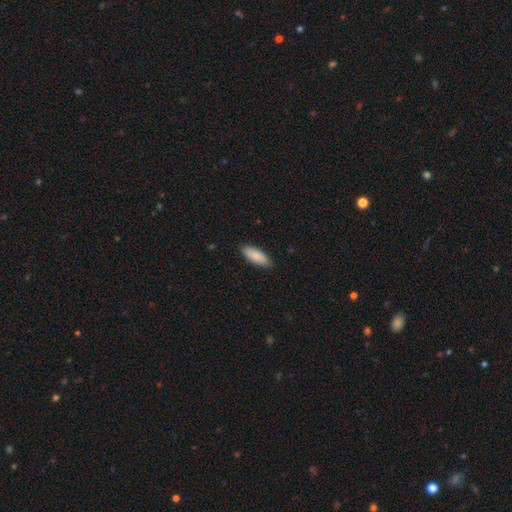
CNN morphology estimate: A smooth galaxy with no disk features (87%) that is in between round and cigar-shaped (77%). Merging: none (87%).